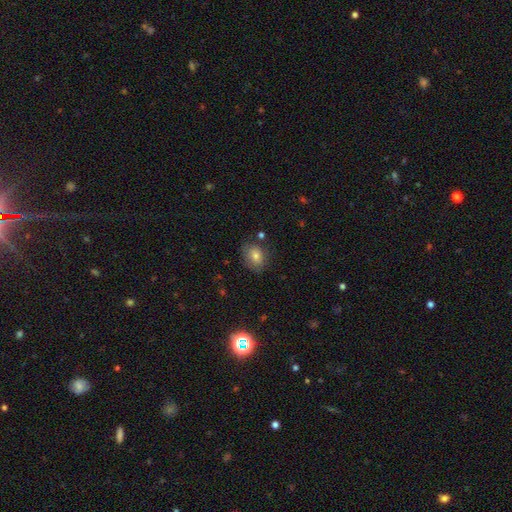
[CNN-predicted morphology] A smooth galaxy with no disk features (72%) that is in between round and cigar-shaped (56%). Merging: none (73%).